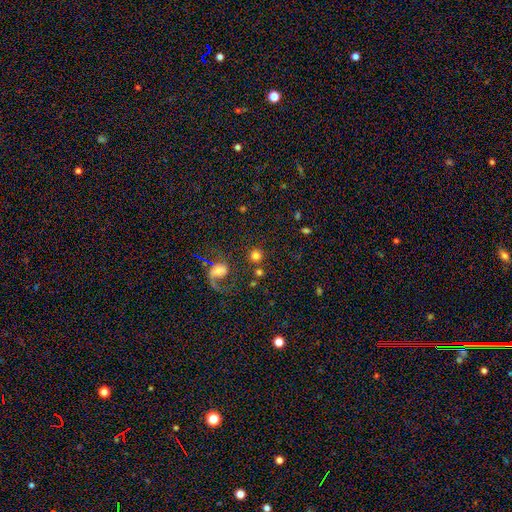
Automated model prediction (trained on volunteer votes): smooth_or_featured: smooth (p=0.75) [alt: featured or disk p=0.13]
how_rounded: round (p=0.92) [alt: in between p=0.07]
merging: none (p=0.76) [alt: merger p=0.10]